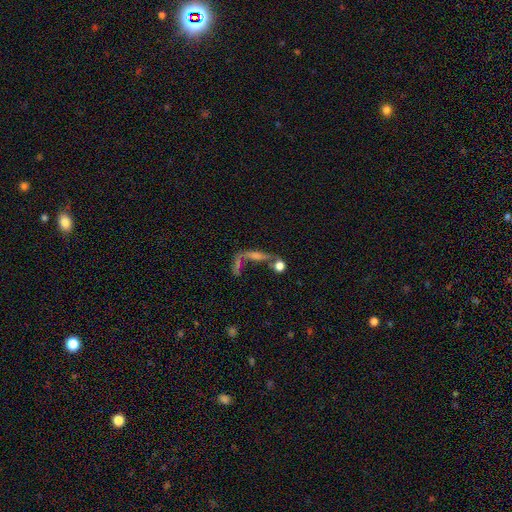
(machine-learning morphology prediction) smooth_or_featured: featured or disk (p=0.44) [alt: smooth p=0.35]
merging: merger (p=0.38) [alt: none p=0.32]